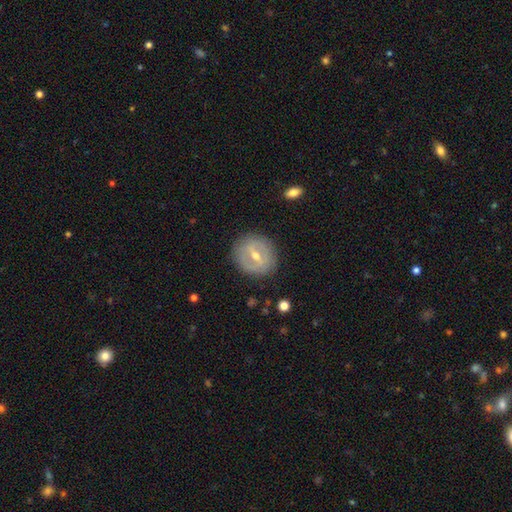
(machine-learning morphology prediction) Smooth or featured: featured or disk — 65% (smooth — 28%)
Edge-on disk: no — 93% (yes — 7%)
Bar: weak — 43% (strong — 41%)
Spiral arms: no — 63% (yes — 37%)
Bulge size: moderate — 57% (small — 39%)
Merging: none — 85% (minor disturbance — 10%)